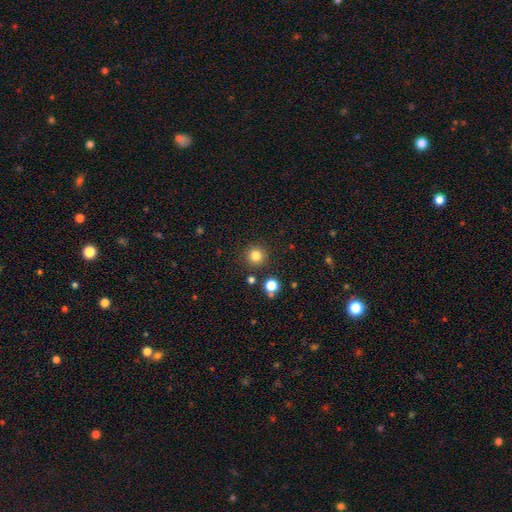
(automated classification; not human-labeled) A smooth galaxy with no disk features (82%) that is round (95%).

Vote fractions:
- Smooth or featured? smooth: 82% / star or artifact: 13% / featured or disk: 5%
- How rounded? round: 95% / in between: 4% / cigar-shaped: 1%
- Merging? none: 89% / minor disturbance: 6% / merger: 3% / major disturbance: 2%